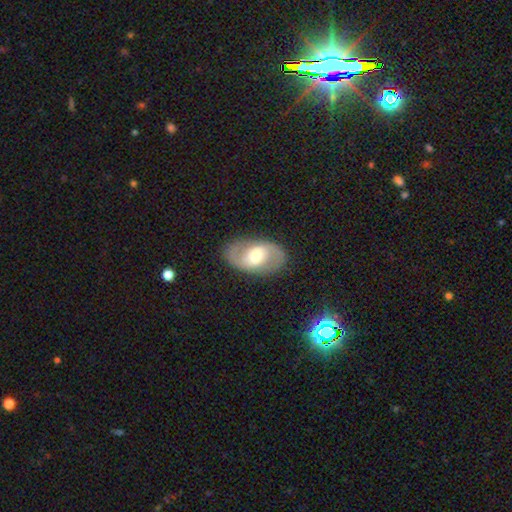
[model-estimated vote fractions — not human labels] smooth-or-featured: featured or disk: 68% | smooth: 26% | star or artifact: 6%
  disk-edge-on: no: 96% | yes: 4%
    bar: weak: 42% | no: 39% | strong: 19%
    has-spiral-arms: yes: 80% | no: 20%
      spiral-winding: medium: 47% | loose: 32% | tight: 21%
      spiral-arm-count: 2: 89% | can't tell: 6% | 1: 2% | 3: 1% | 4: 1% | more than 4: 1%
    bulge-size: moderate: 59% | small: 20% | large: 17% | dominant: 2% | none: 2%
  merging: none: 85% | minor disturbance: 10% | major disturbance: 4% | merger: 1%